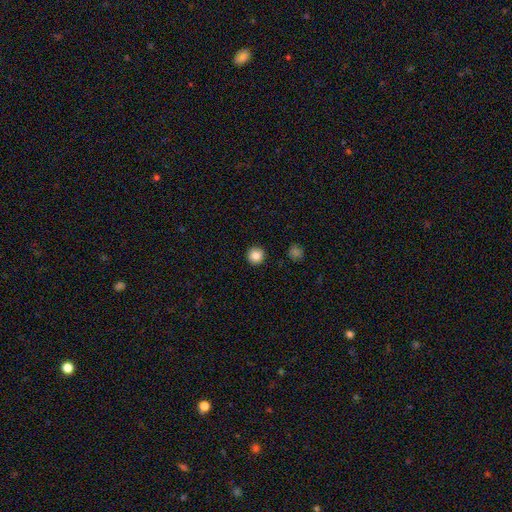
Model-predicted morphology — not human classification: Overall: smooth (85%). How rounded: round (95%). Merging: none (93%).